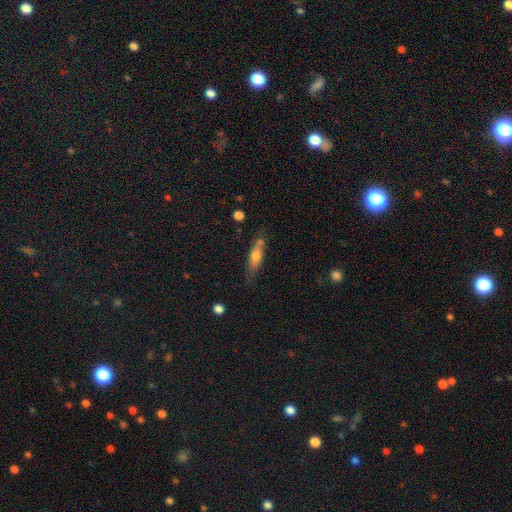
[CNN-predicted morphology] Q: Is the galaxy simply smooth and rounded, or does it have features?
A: smooth — 61%.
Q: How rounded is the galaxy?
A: cigar-shaped — 61%.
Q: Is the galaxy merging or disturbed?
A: none — 63%.